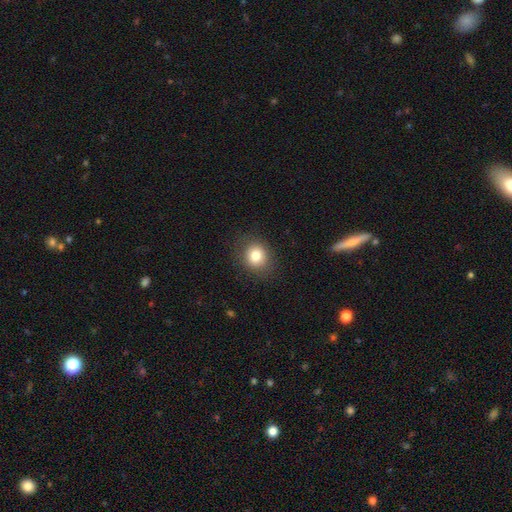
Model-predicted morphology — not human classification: This is clearly a smooth galaxy (80%). How rounded: likely round (76%). Merging: clearly none (86%).